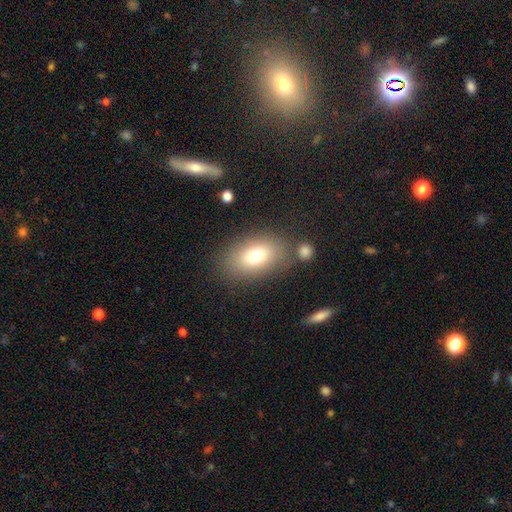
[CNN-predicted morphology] Overall: smooth (75%). How rounded: in between (83%). Merging: none (76%).